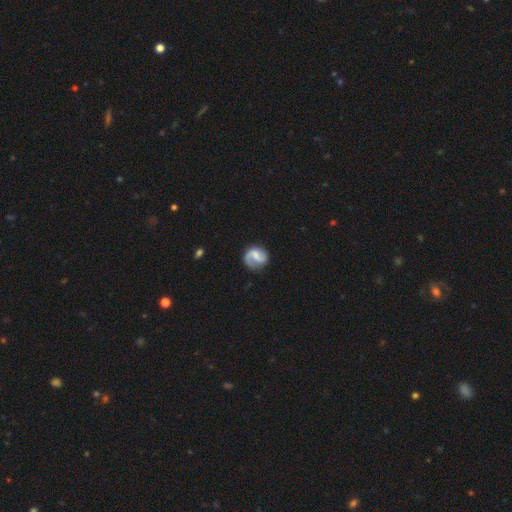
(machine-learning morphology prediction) Smooth or featured: featured or disk — 65% (smooth — 29%)
Edge-on disk: no — 98% (yes — 2%)
Bar: weak — 50% (no — 34%)
Spiral arms: yes — 91% (no — 9%)
Spiral winding: medium — 41% (loose — 35%)
Spiral arm count: 2 — 62% (1 — 29%)
Bulge size: small — 40% (moderate — 30%)
Merging: none — 72% (minor disturbance — 18%)